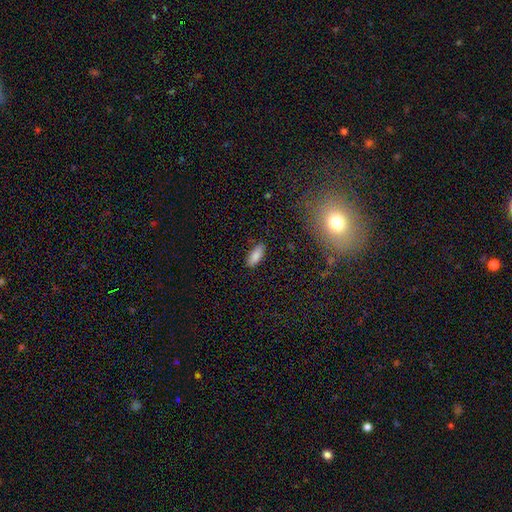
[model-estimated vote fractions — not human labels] Overall: smooth (86%). How rounded: in between (81%). Merging: none (85%).